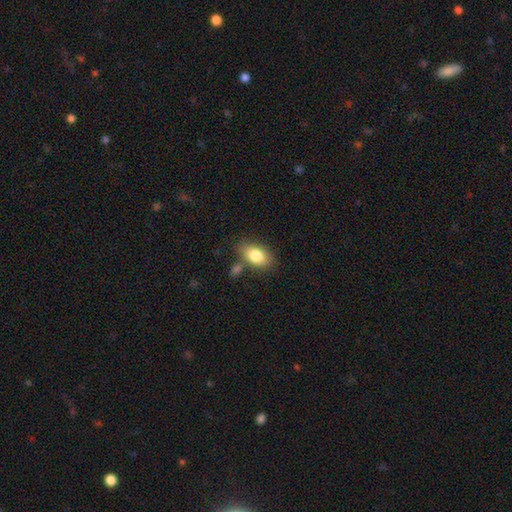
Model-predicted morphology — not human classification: A smooth galaxy with no disk features (83%) that is in between round and cigar-shaped (88%).

Vote fractions:
- Smooth or featured? smooth: 83% / featured or disk: 10% / star or artifact: 7%
- How rounded? in between: 88% / round: 10% / cigar-shaped: 2%
- Merging? none: 67% / minor disturbance: 16% / merger: 12% / major disturbance: 5%